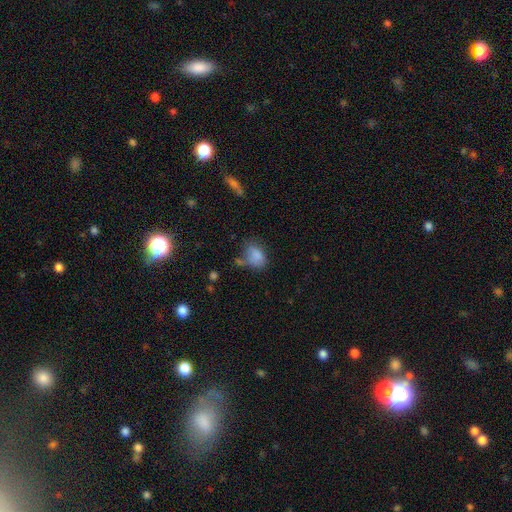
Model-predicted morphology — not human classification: smooth-or-featured: smooth: 81% | star or artifact: 10% | featured or disk: 8%
  how-rounded: in between: 78% | round: 20% | cigar-shaped: 1%
  merging: none: 46% | minor disturbance: 27% | major disturbance: 14% | merger: 13%